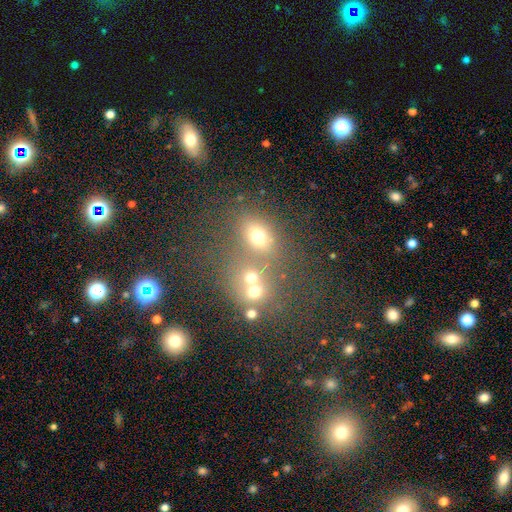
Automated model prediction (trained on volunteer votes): Smooth or featured: smooth — 47% (star or artifact — 38%)
Merging: none — 46% (merger — 40%)